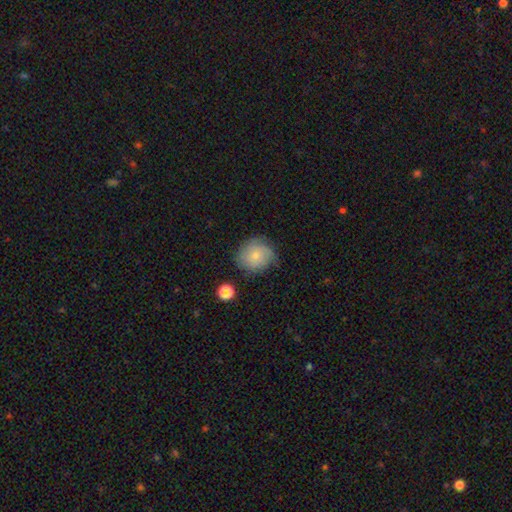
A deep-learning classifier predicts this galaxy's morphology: Smooth or featured? smooth (62%)
How rounded? round (82%)
Merging? none (68%)